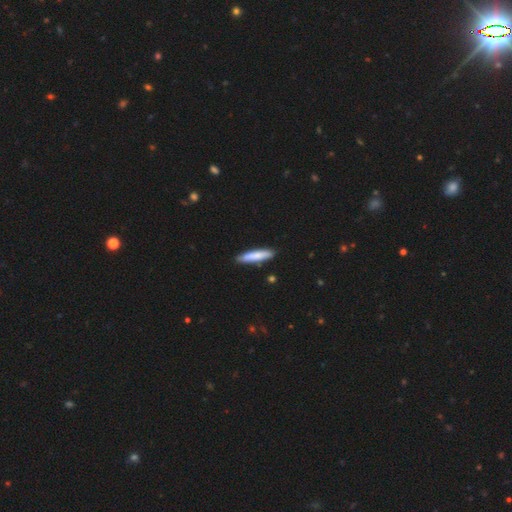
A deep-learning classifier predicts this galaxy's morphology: A smooth galaxy with no disk features (77%) that is cigar-shaped (87%). Merging: none (86%).